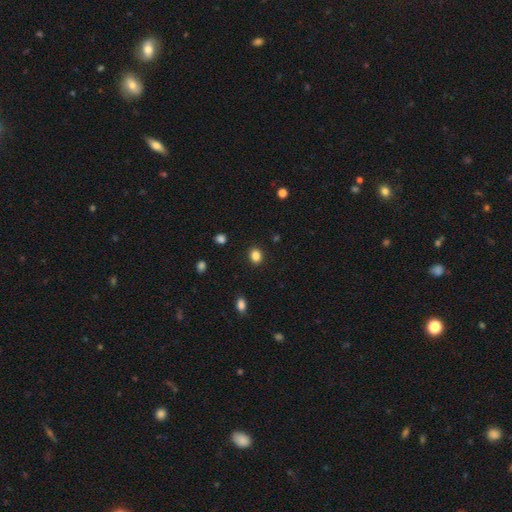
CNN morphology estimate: Smooth or featured? smooth (85%)
How rounded? round (59%)
Merging? none (90%)